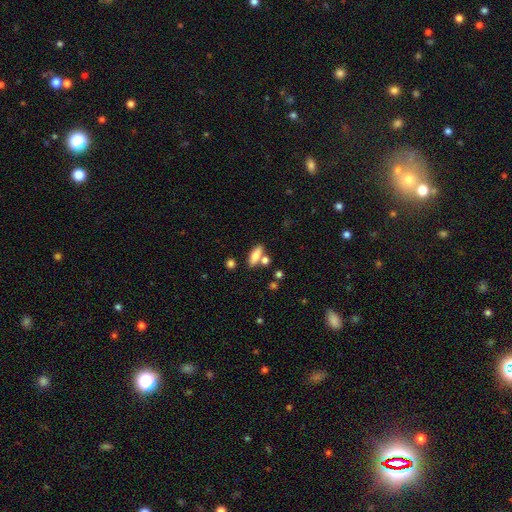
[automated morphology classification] smooth_or_featured: smooth (p=0.75) [alt: featured or disk p=0.17]
how_rounded: in between (p=0.58) [alt: cigar-shaped p=0.37]
merging: none (p=0.66) [alt: merger p=0.17]